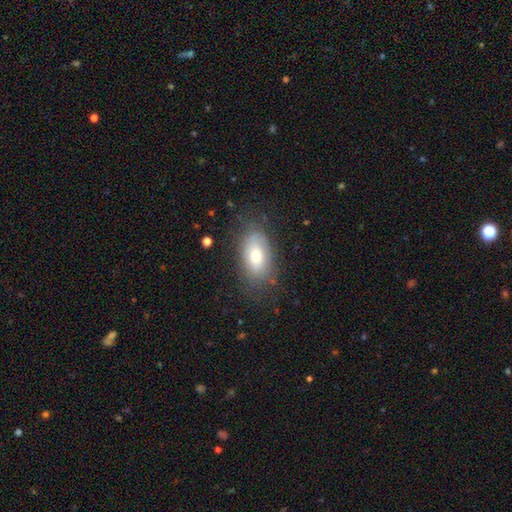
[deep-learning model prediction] The model was most divided on "smooth or featured": smooth: 63%, featured or disk: 28%, star or artifact: 9%. More confident: how rounded — in between (91%); merging — none (72%).